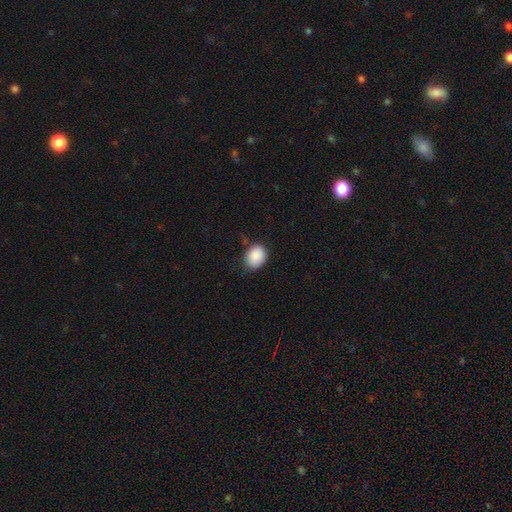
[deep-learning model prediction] Morphology: type=smooth (89%); roundness=in between (55%); merging=none (76%).